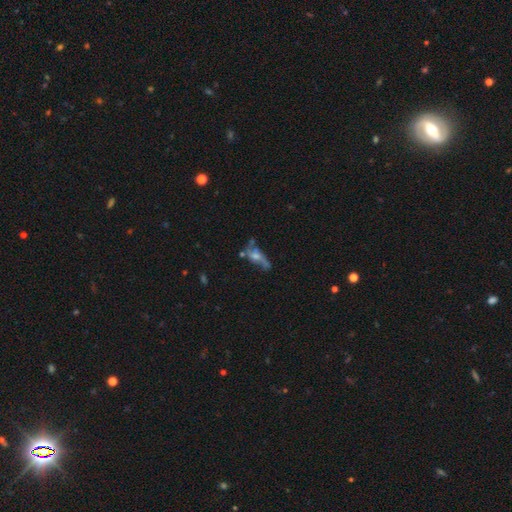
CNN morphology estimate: The model was most divided on "merging": none: 41%, major disturbance: 24%, minor disturbance: 21%, merger: 14%. More confident: edge-on disk — no (76%); smooth or featured — featured or disk (59%).